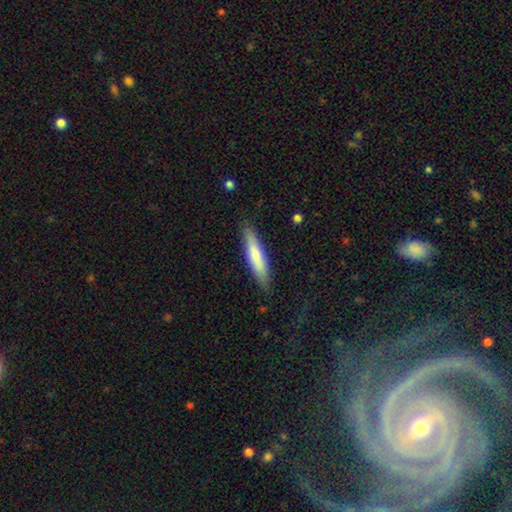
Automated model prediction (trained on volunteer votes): Smooth or featured?
  - smooth: 70% *
  - featured or disk: 24%
  - star or artifact: 6%
How rounded?
  - cigar-shaped: 82% *
  - in between: 16%
  - round: 1%
Merging?
  - none: 85% *
  - minor disturbance: 11%
  - major disturbance: 2%
  - merger: 1%